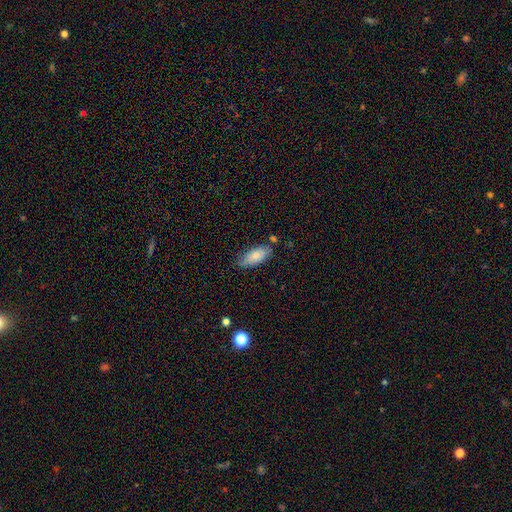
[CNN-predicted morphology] The model was most divided on "merging": none: 73%, minor disturbance: 20%, merger: 4%, major disturbance: 4%. More confident: how rounded — in between (85%); smooth or featured — smooth (81%).